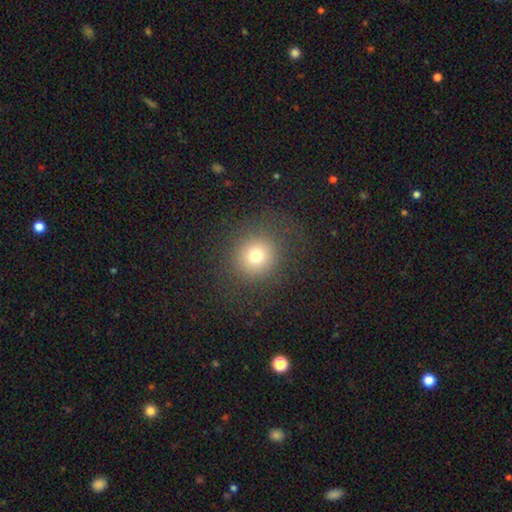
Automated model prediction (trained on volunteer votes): smooth_or_featured: smooth (p=0.73) [alt: star or artifact p=0.16]
how_rounded: round (p=0.90) [alt: in between p=0.09]
merging: none (p=0.83) [alt: minor disturbance p=0.09]